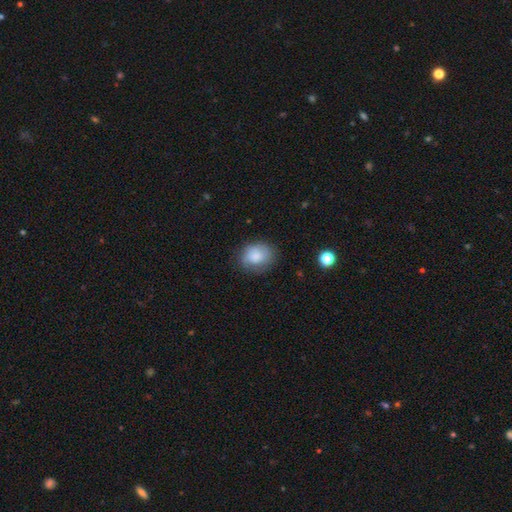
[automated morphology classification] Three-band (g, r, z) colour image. It shows a smooth galaxy with no disk features (73%) that is round (55%). Merging: none (69%).